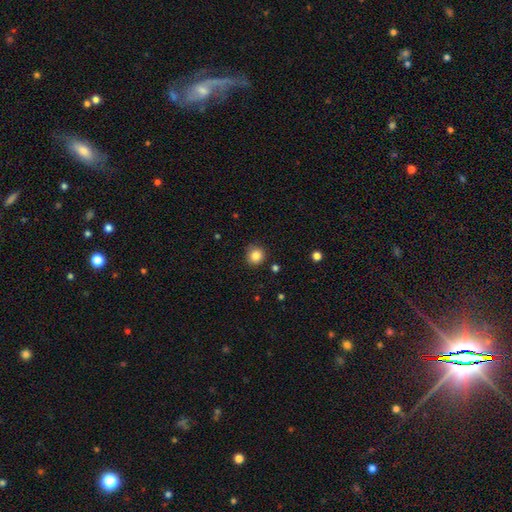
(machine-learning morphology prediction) A smooth galaxy with no disk features (84%) that is round (91%). Merging: none (86%).